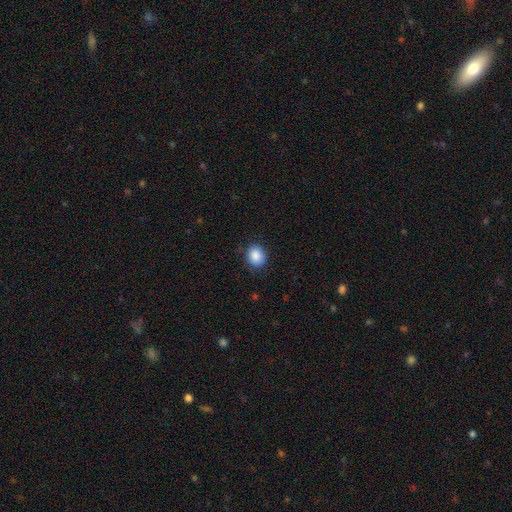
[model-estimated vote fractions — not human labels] smooth_or_featured: smooth (p=0.88) [alt: star or artifact p=0.08]
how_rounded: round (p=0.71) [alt: in between p=0.28]
merging: none (p=0.87) [alt: minor disturbance p=0.10]